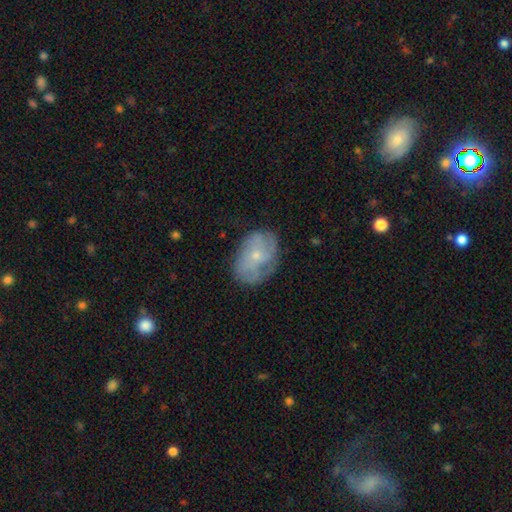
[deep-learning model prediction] A featured or disk galaxy (56%) with no bar (83%), spiral arms (71%) and a small central bulge (73%).

Vote fractions:
- Smooth or featured? featured or disk: 56% / smooth: 36% / star or artifact: 8%
- Edge-on disk? no: 97% / yes: 3%
- Bar? no: 83% / weak: 15% / strong: 2%
- Spiral arms? yes: 71% / no: 29%
- Bulge size? small: 73% / moderate: 23% / none: 3% / large: 1% / dominant: 1%
- Merging? none: 63% / minor disturbance: 25% / major disturbance: 11% / merger: 1%